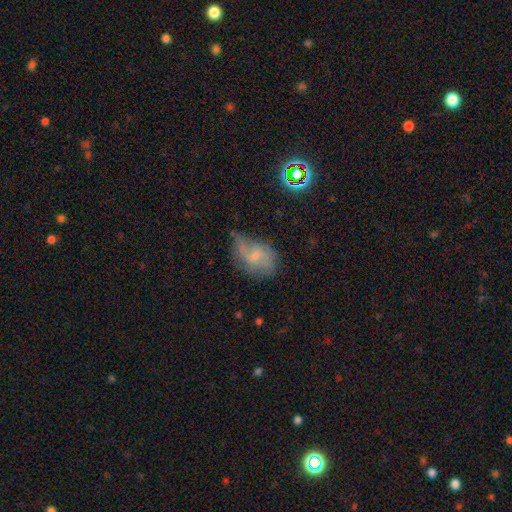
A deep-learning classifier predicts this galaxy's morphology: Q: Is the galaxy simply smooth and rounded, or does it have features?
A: featured or disk — 50%.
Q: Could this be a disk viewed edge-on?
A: no — 96%.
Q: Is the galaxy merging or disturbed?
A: none — 38%.